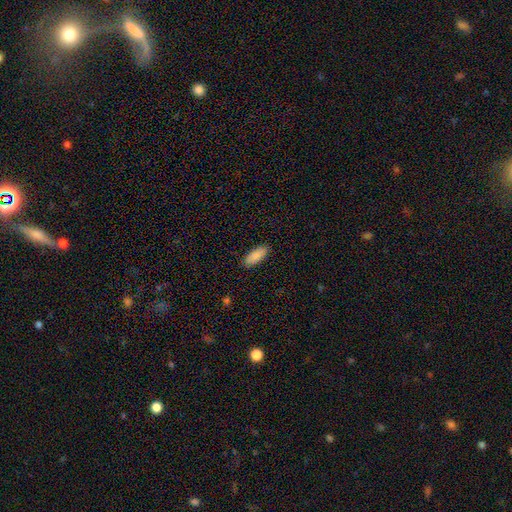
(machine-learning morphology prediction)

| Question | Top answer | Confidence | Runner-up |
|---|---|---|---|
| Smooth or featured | smooth | 88% | featured or disk (6%) |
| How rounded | in between | 75% | cigar-shaped (24%) |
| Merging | none | 89% | minor disturbance (8%) |